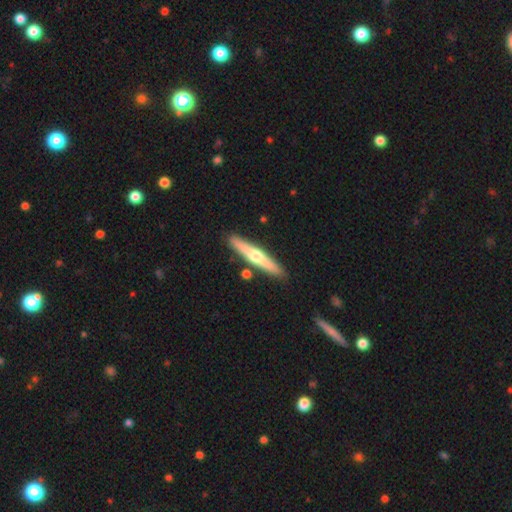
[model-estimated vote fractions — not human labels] Smooth or featured?
  - featured or disk: 59% *
  - smooth: 36%
  - star or artifact: 5%
Edge-on disk?
  - yes: 96% *
  - no: 4%
Edge-on bulge?
  - rounded: 90% *
  - none: 7%
  - boxy: 3%
Merging?
  - none: 87% *
  - minor disturbance: 8%
  - merger: 4%
  - major disturbance: 2%